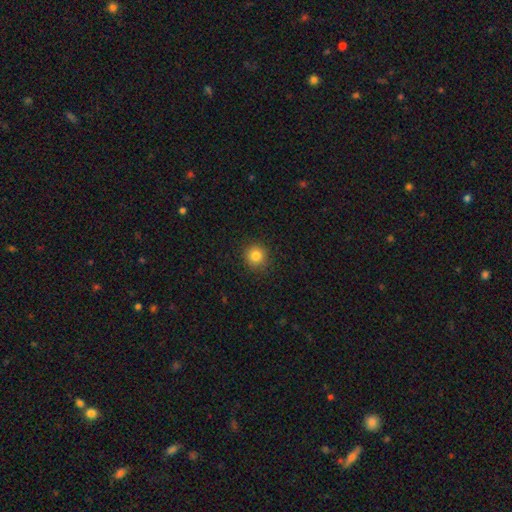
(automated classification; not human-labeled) A smooth galaxy with no disk features (83%) that is round (92%).

Vote fractions:
- Smooth or featured? smooth: 83% / star or artifact: 12% / featured or disk: 5%
- How rounded? round: 92% / in between: 7% / cigar-shaped: 1%
- Merging? none: 91% / minor disturbance: 6% / major disturbance: 2% / merger: 1%